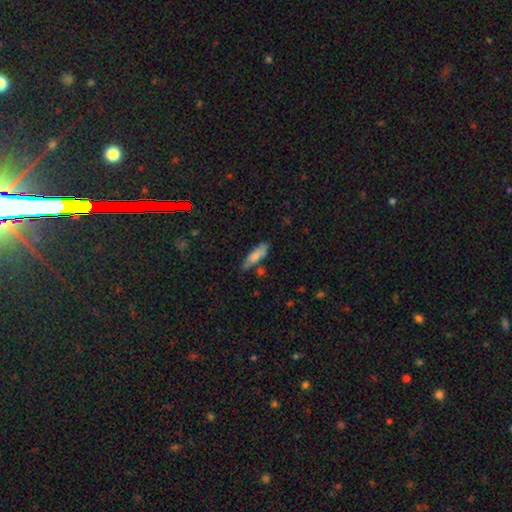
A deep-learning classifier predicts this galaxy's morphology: Smooth or featured?
  - smooth: 74% *
  - featured or disk: 19%
  - star or artifact: 7%
How rounded?
  - cigar-shaped: 59% *
  - in between: 39%
  - round: 2%
Merging?
  - none: 58% *
  - minor disturbance: 26%
  - merger: 10%
  - major disturbance: 7%